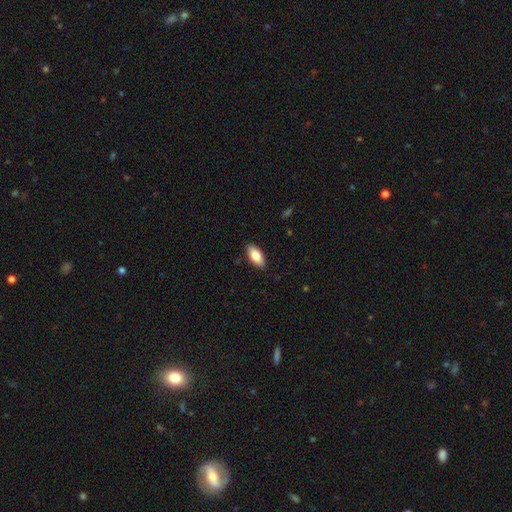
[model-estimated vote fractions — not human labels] smooth 85%, featured or disk 9%, star or artifact 6%. Down the decision tree: how rounded — in between (89%); merging — none (87%).